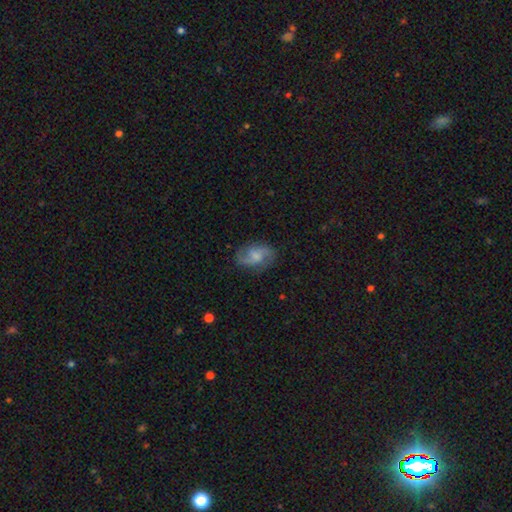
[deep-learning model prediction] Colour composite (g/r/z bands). It shows a featured or disk galaxy (69%) with a weak bar (47%), 2 (86%) medium (46%) spiral arms (93%) and a moderate central bulge (33%). Merging: none (76%).